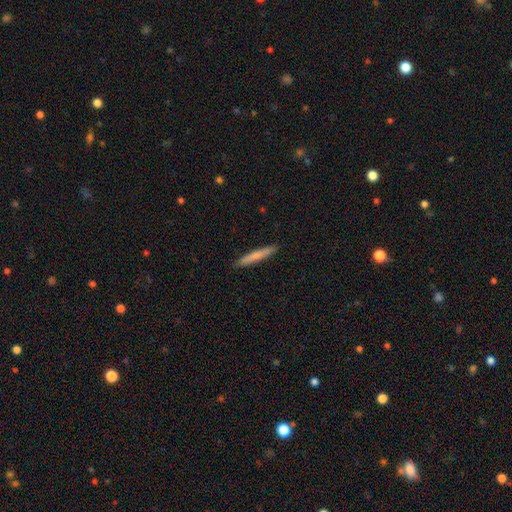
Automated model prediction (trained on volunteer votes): smooth_or_featured: smooth (p=0.73) [alt: featured or disk p=0.22]
how_rounded: cigar-shaped (p=0.96) [alt: in between p=0.03]
merging: none (p=0.92) [alt: minor disturbance p=0.06]